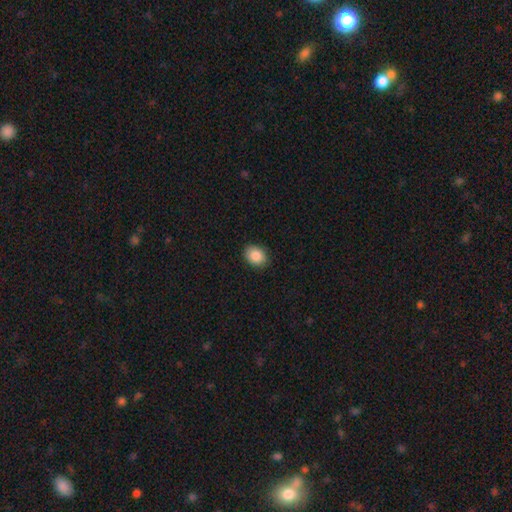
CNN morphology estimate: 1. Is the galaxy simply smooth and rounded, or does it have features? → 87% smooth, 8% star or artifact, 5% featured or disk.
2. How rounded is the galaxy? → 62% in between, 38% round, 1% cigar-shaped.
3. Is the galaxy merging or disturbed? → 88% none, 9% minor disturbance, 2% major disturbance, 1% merger.